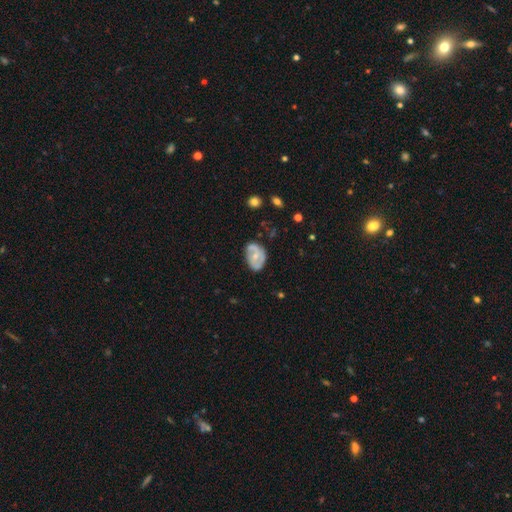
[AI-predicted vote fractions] Overall: featured or disk (63%; smooth 30%). Edge-on disk: no (97%). Bar: no (57%; weak 35%). Spiral arms: yes (75%). Bulge size: small (51%; moderate 41%). Merging: none (62%; minor disturbance 27%).